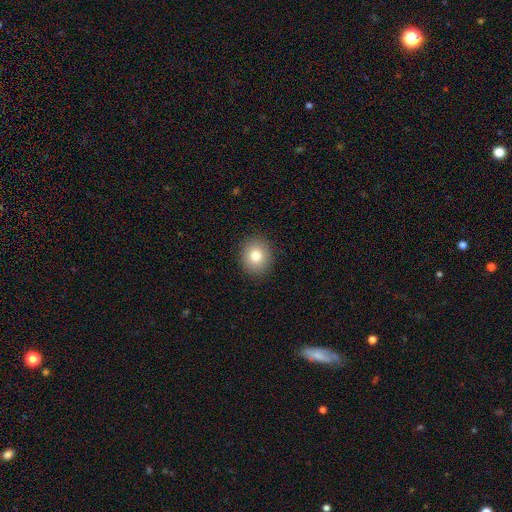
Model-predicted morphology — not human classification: This appears to be a smooth galaxy with no disk features (79%) that is round (77%). Merging: none (91%).